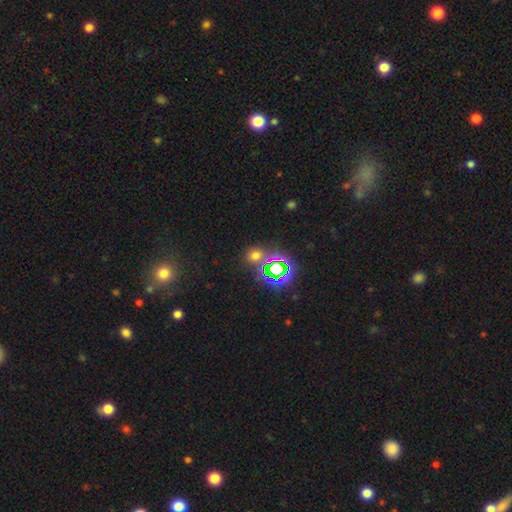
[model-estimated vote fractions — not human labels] Smooth or featured? smooth (52%)
How rounded? round (78%)
Merging? none (74%)